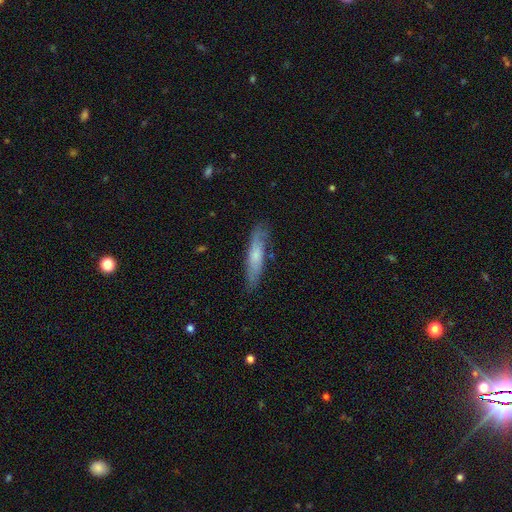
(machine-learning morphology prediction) Smooth or featured: smooth — 53% (featured or disk — 41%)
How rounded: cigar-shaped — 75% (in between — 23%)
Merging: none — 71% (minor disturbance — 21%)